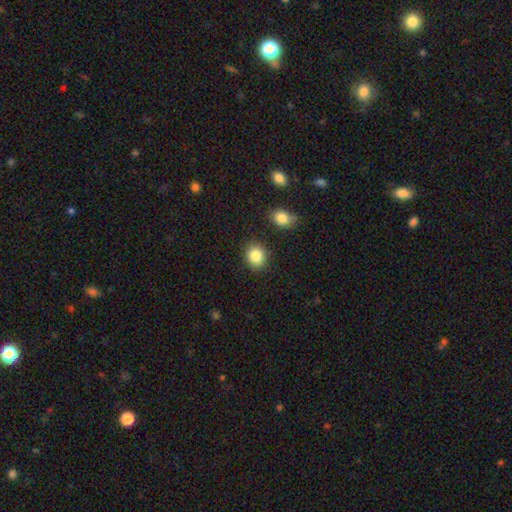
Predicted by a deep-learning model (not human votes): Overall: smooth (85%). How rounded: round (64%; in between 35%). Merging: none (86%).